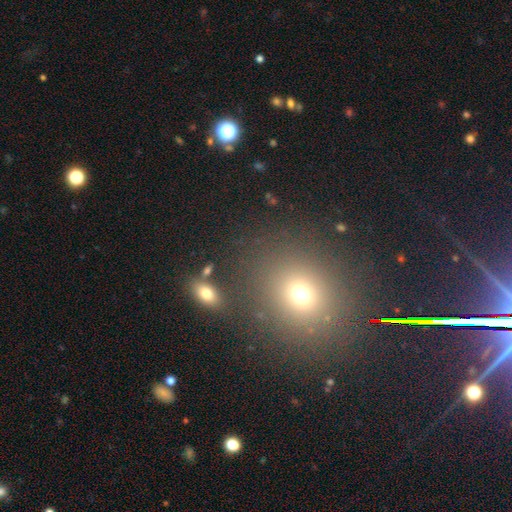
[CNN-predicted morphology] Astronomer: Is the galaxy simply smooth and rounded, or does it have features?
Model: smooth — 46% (runner-up: star or artifact, 43%).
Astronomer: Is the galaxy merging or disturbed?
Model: none — 84%.